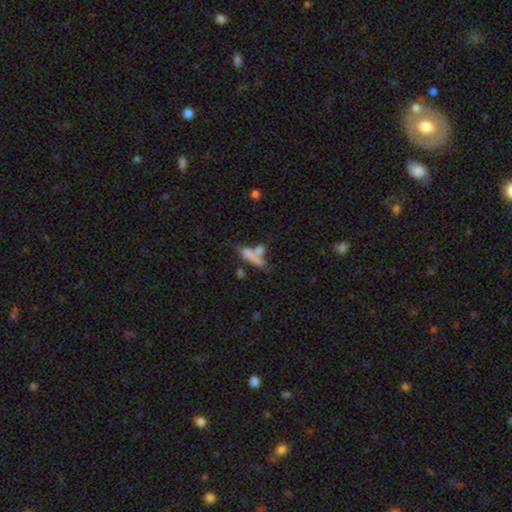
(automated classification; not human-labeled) The model was most divided on "merging": merger: 41%, none: 39%, minor disturbance: 11%, major disturbance: 8%. More confident: smooth or featured — smooth (65%); how rounded — cigar-shaped (60%).